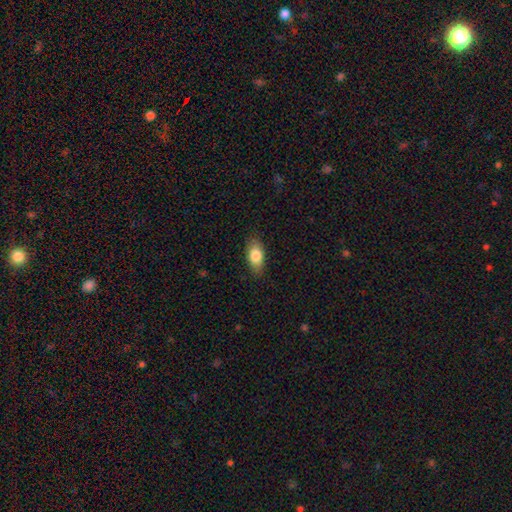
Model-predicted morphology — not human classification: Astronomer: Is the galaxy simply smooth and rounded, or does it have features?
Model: smooth — 82%.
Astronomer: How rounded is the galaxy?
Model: in between — 88%.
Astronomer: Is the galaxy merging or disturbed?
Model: none — 84%.